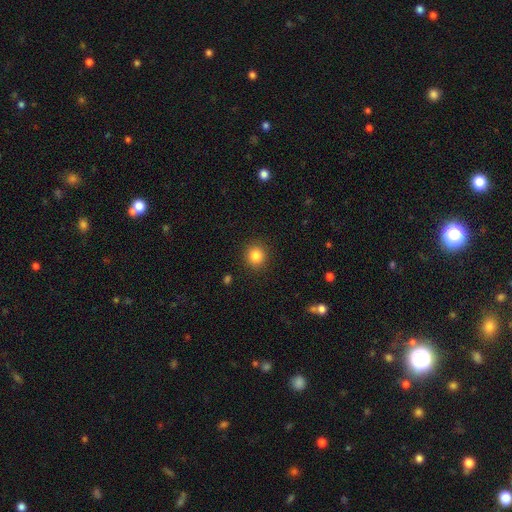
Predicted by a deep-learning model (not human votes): Smooth or featured?
  - smooth: 84% *
  - star or artifact: 11%
  - featured or disk: 5%
How rounded?
  - round: 90% *
  - in between: 9%
  - cigar-shaped: 1%
Merging?
  - none: 91% *
  - minor disturbance: 6%
  - major disturbance: 2%
  - merger: 1%